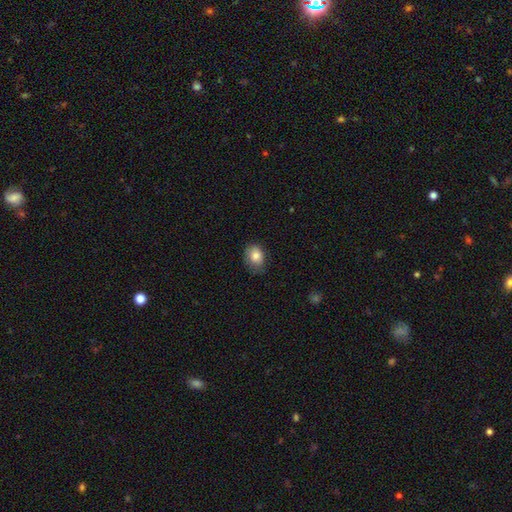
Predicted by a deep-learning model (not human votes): Smooth or featured? smooth (82%)
How rounded? in between (67%)
Merging? none (68%)